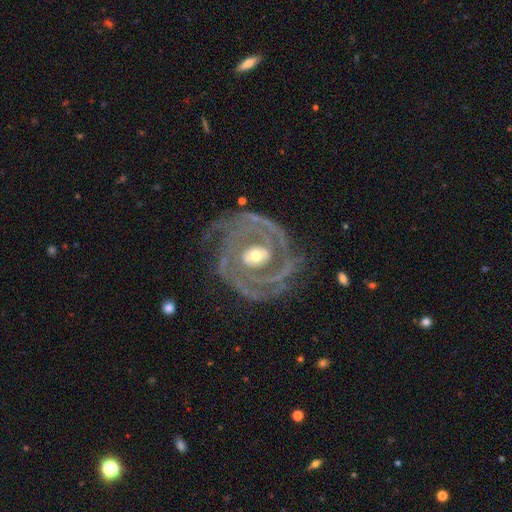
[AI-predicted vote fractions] This appears to be a featured or disk galaxy (90%) with no bar (55%), 2 (40%) tight (64%) spiral arms (94%) and a moderate central bulge (61%). Merging: none (69%).